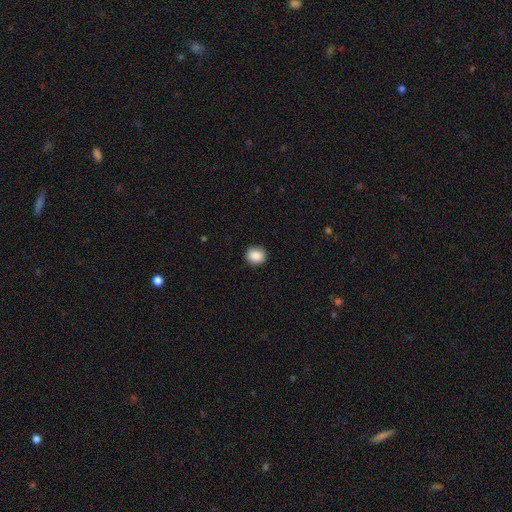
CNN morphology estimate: Overall: smooth (87%). How rounded: round (76%). Merging: none (89%).